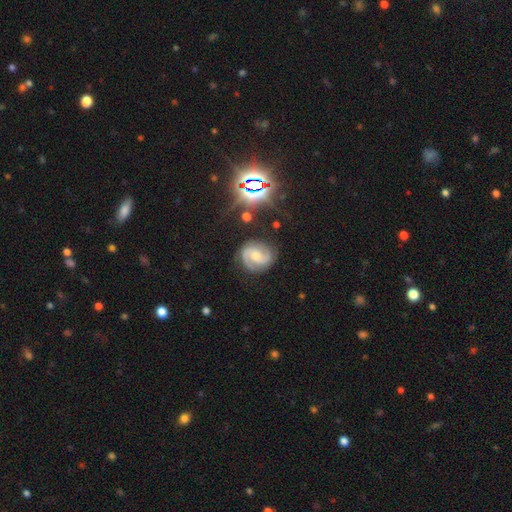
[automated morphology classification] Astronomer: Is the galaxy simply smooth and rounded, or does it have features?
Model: featured or disk — 83%.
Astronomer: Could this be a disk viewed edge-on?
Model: no — 98%.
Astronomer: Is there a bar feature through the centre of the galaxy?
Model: no — 44% (runner-up: weak, 42%).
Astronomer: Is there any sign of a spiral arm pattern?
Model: yes — 97%.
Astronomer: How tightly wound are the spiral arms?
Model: medium — 49% (runner-up: tight, 39%).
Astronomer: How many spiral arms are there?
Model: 2 — 90%.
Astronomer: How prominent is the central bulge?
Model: moderate — 48% (runner-up: small, 44%).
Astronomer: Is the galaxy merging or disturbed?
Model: none — 82%.